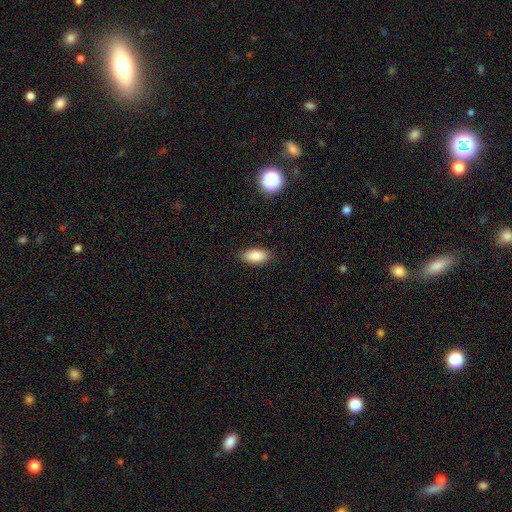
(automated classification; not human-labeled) This appears to be a smooth galaxy with no disk features (86%) that is in between round and cigar-shaped (92%). Merging: none (86%).